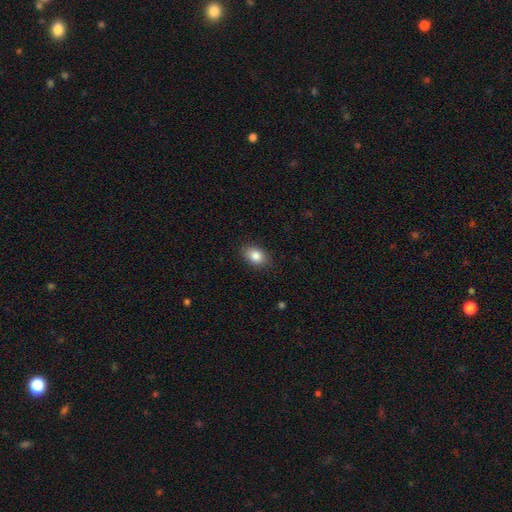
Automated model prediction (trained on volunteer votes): The model was most divided on "how rounded": in between: 77%, round: 22%, cigar-shaped: 1%. More confident: smooth or featured — smooth (85%); merging — none (85%).